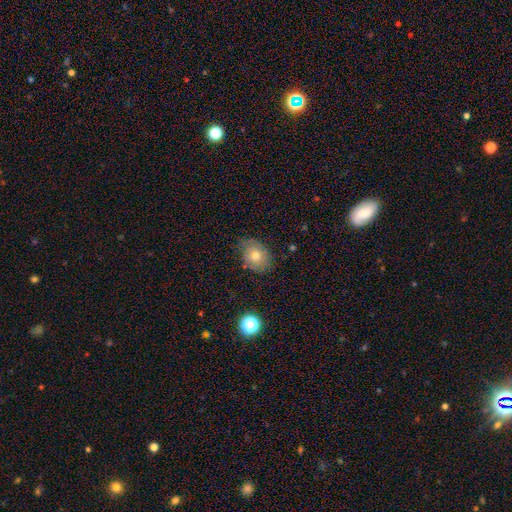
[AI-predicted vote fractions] The model was most divided on "how rounded": in between: 61%, round: 38%, cigar-shaped: 1%. More confident: merging — none (73%); smooth or featured — smooth (69%).